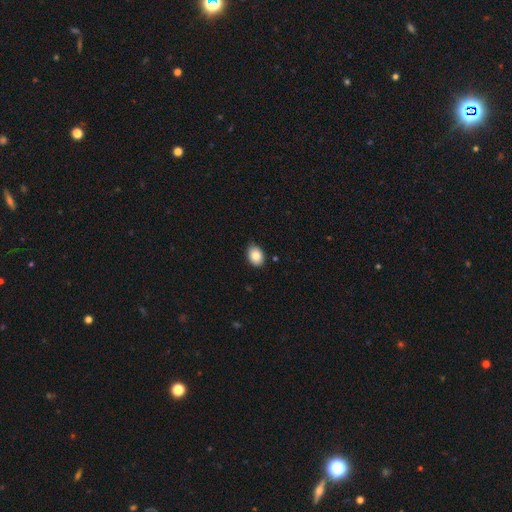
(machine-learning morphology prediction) Smooth or featured? smooth (84%)
How rounded? in between (76%)
Merging? none (85%)